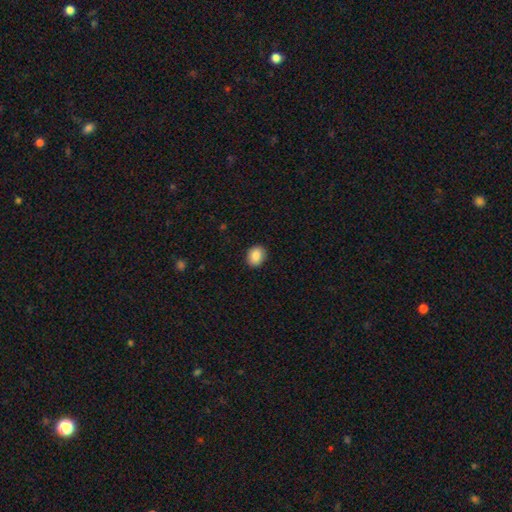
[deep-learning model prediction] The model was most divided on "how rounded": round: 52%, in between: 47%, cigar-shaped: 1%. More confident: merging — none (90%); smooth or featured — smooth (87%).